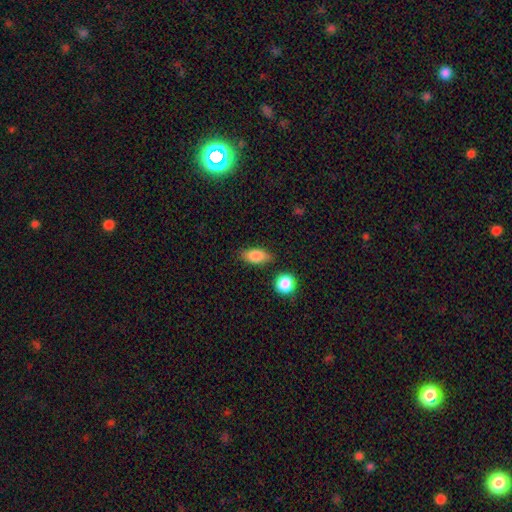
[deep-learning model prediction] smooth_or_featured: smooth (p=0.84) [alt: featured or disk p=0.08]
how_rounded: in between (p=0.86) [alt: round p=0.07]
merging: none (p=0.77) [alt: minor disturbance p=0.15]